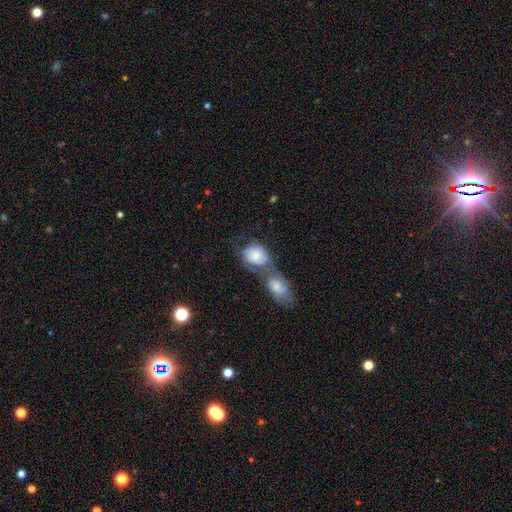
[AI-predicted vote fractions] A smooth galaxy with no disk features (72%) that is in between round and cigar-shaped (59%).

Vote fractions:
- Smooth or featured? smooth: 72% / featured or disk: 22% / star or artifact: 6%
- How rounded? in between: 59% / round: 39% / cigar-shaped: 2%
- Merging? merger: 66% / none: 17% / minor disturbance: 10% / major disturbance: 7%